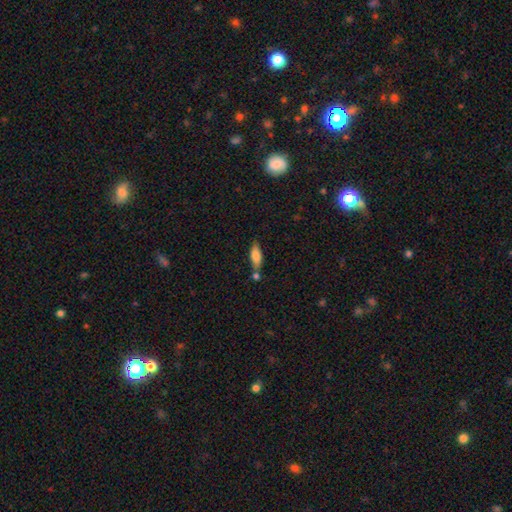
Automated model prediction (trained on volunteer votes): smooth_or_featured: smooth (p=0.76) [alt: featured or disk p=0.17]
how_rounded: in between (p=0.68) [alt: cigar-shaped p=0.29]
merging: none (p=0.57) [alt: merger p=0.23]